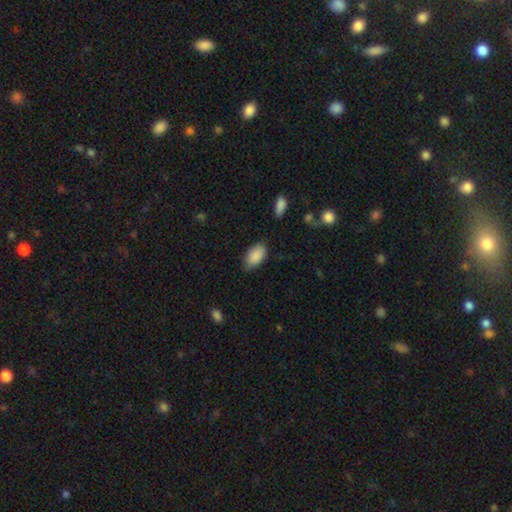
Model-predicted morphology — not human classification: smooth_or_featured: smooth (p=0.89) [alt: star or artifact p=0.07]
how_rounded: in between (p=0.94) [alt: round p=0.04]
merging: none (p=0.76) [alt: minor disturbance p=0.19]